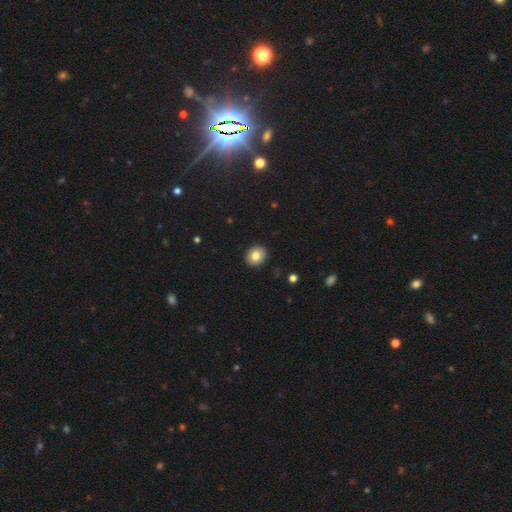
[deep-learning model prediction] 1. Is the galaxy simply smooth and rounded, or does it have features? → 82% smooth, 9% star or artifact, 8% featured or disk.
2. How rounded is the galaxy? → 72% round, 27% in between, 1% cigar-shaped.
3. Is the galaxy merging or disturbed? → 92% none, 6% minor disturbance, 2% major disturbance, 1% merger.